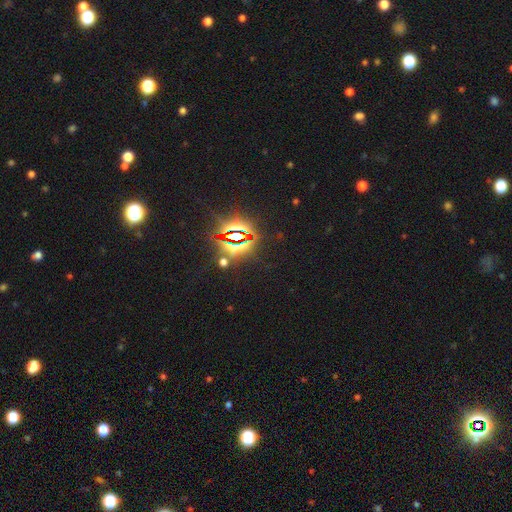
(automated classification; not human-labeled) Smooth or featured: star or artifact — 84% (smooth — 9%)